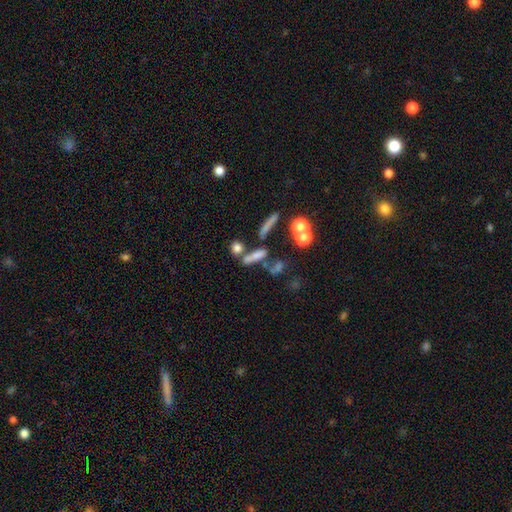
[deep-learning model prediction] This is likely a smooth galaxy (61%). How rounded: possibly cigar-shaped (51%). Merging: marginally none (44%).